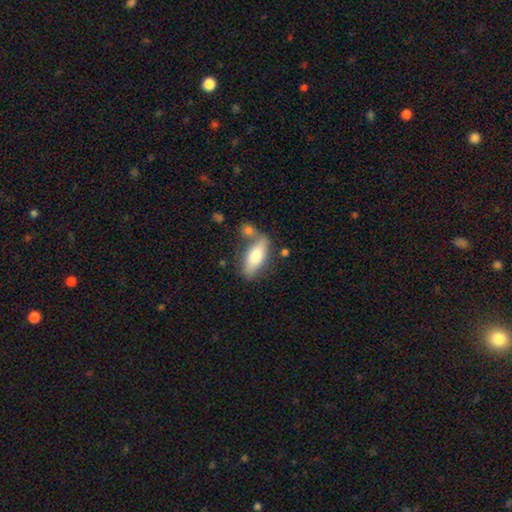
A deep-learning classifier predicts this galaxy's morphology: smooth_or_featured: smooth (p=0.69) [alt: featured or disk p=0.25]
how_rounded: in between (p=0.73) [alt: cigar-shaped p=0.24]
merging: none (p=0.59) [alt: merger p=0.18]